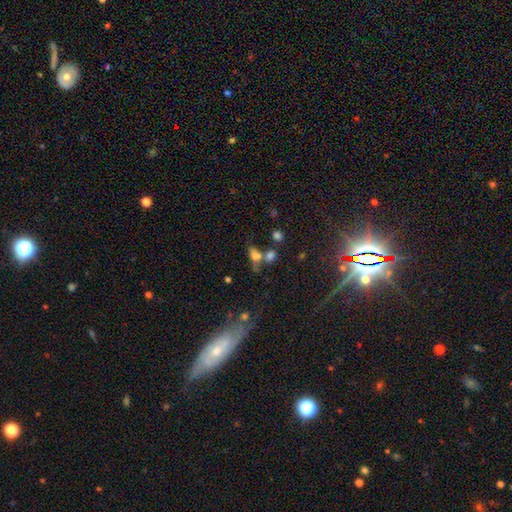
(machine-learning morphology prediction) type=smooth (66%); roundness=in between (70%); merging=merger (40%).